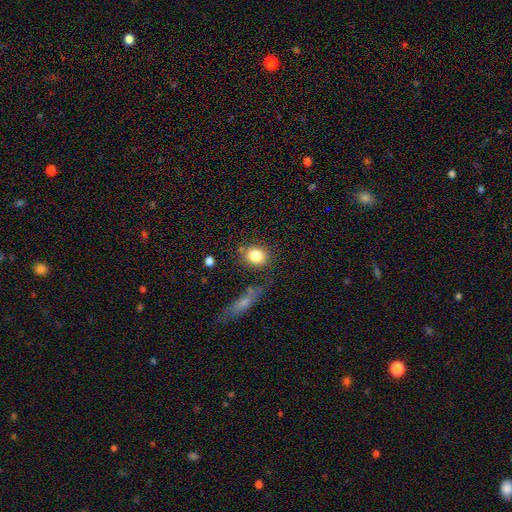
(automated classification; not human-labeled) A smooth galaxy with no disk features (82%) that is round (65%).

Vote fractions:
- Smooth or featured? smooth: 82% / star or artifact: 9% / featured or disk: 9%
- How rounded? round: 65% / in between: 33% / cigar-shaped: 2%
- Merging? none: 73% / minor disturbance: 14% / merger: 8% / major disturbance: 5%